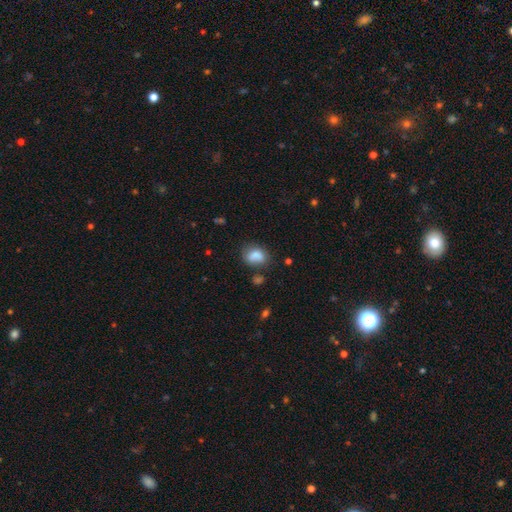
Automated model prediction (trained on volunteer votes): This is clearly a smooth galaxy (82%). How rounded: likely in between (65%). Merging: possibly none (59%).